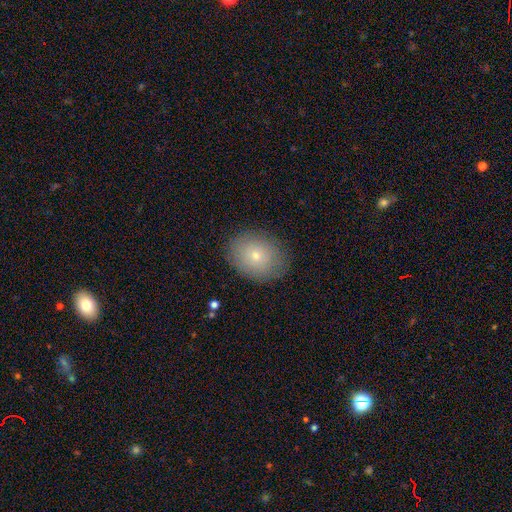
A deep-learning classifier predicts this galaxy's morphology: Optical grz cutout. It shows a smooth galaxy with no disk features (73%) that is in between round and cigar-shaped (60%). Merging: none (85%).